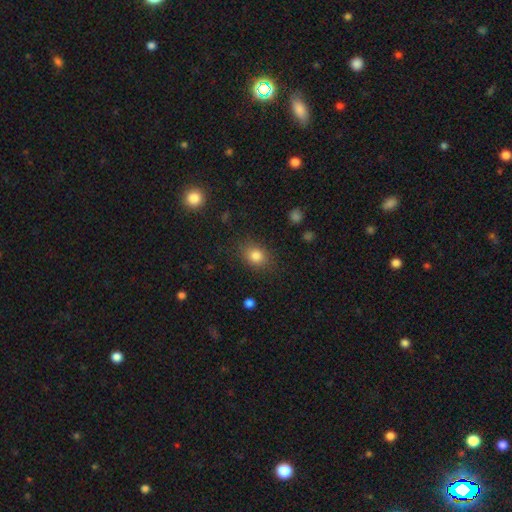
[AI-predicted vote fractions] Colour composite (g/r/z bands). It shows a smooth galaxy with no disk features (82%) that is in between round and cigar-shaped (51%). Merging: none (82%).